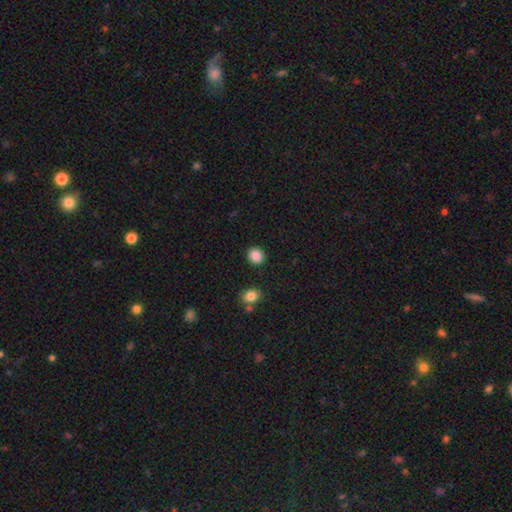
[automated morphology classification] Smooth or featured? smooth (87%)
How rounded? round (81%)
Merging? none (90%)